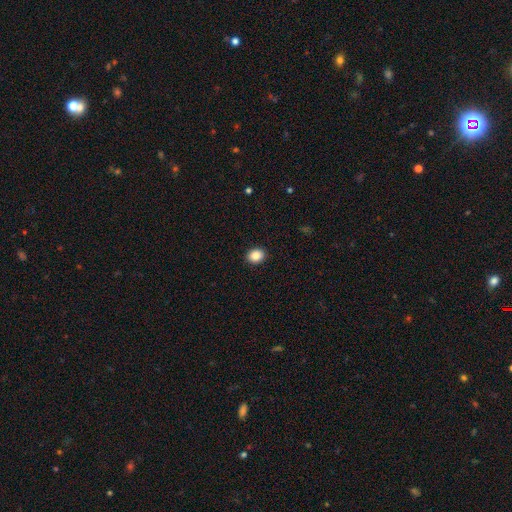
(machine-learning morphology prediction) smooth 87%, star or artifact 9%, featured or disk 4%. Down the decision tree: how rounded — round (59%); merging — none (92%).